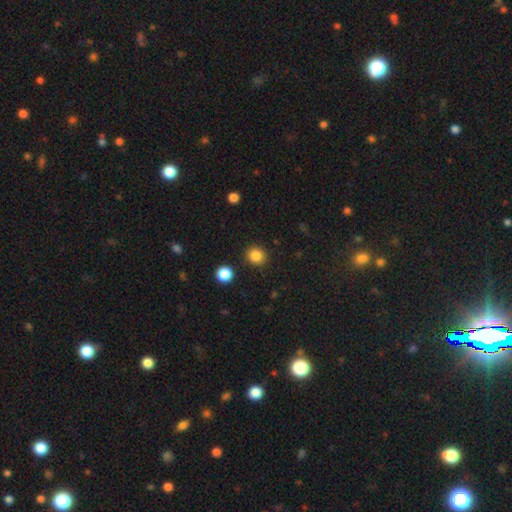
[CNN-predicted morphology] Smooth or featured?
  - smooth: 85% *
  - star or artifact: 11%
  - featured or disk: 4%
How rounded?
  - round: 86% *
  - in between: 13%
  - cigar-shaped: 1%
Merging?
  - none: 89% *
  - minor disturbance: 6%
  - major disturbance: 2%
  - merger: 2%